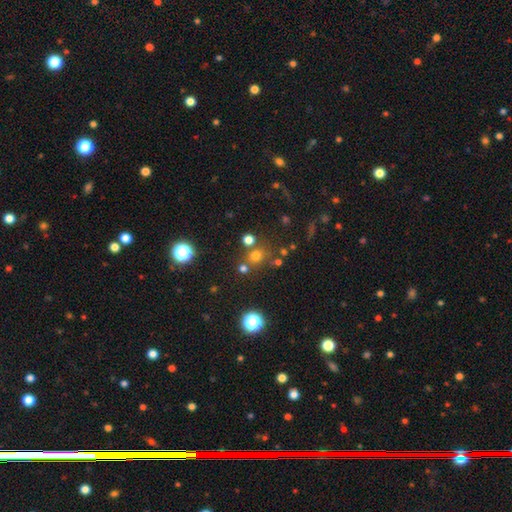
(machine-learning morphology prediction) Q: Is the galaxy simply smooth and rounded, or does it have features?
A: smooth — 66%.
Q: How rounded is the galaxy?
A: round — 85%.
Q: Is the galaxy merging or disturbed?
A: none — 71%.